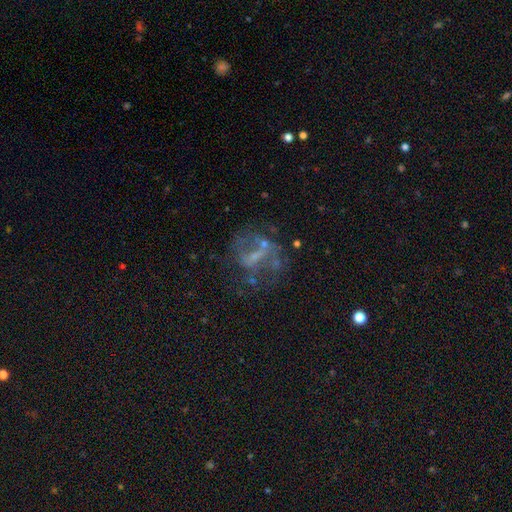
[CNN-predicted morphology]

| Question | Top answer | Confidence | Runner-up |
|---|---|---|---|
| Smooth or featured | featured or disk | 62% | smooth (21%) |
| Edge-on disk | no | 96% | yes (4%) |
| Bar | no | 48% | weak (33%) |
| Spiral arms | no | 70% | yes (30%) |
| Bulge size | none | 48% | small (34%) |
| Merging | none | 48% | major disturbance (28%) |